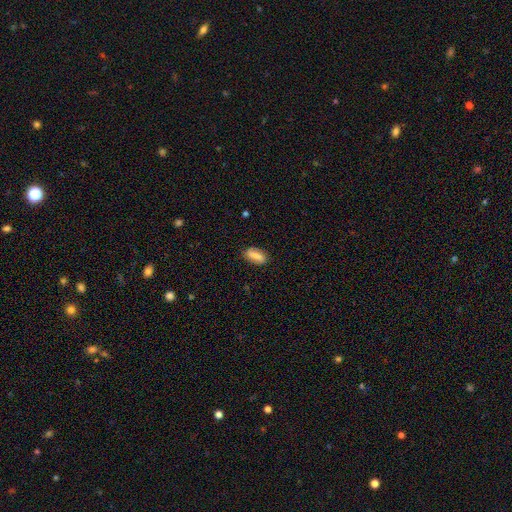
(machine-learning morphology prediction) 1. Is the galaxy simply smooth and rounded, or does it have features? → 68% smooth, 25% featured or disk, 7% star or artifact.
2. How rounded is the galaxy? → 83% in between, 13% cigar-shaped, 4% round.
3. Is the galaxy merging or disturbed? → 84% none, 12% minor disturbance, 3% major disturbance, 1% merger.